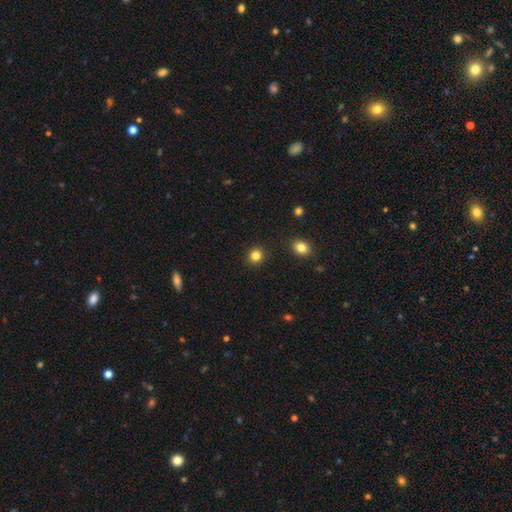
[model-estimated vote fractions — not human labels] Smooth or featured? smooth (83%)
How rounded? round (85%)
Merging? none (91%)